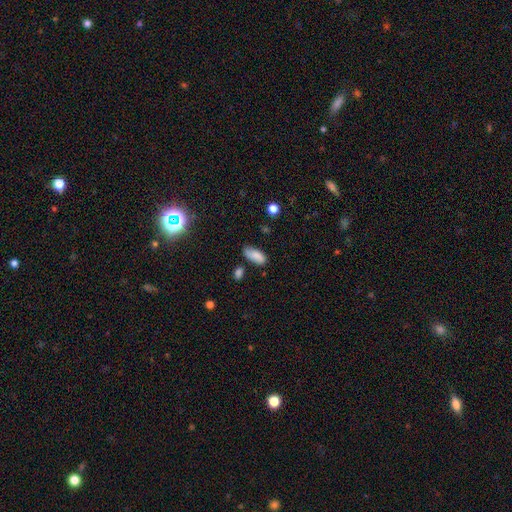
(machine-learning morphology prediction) Overall: smooth (80%). How rounded: in between (86%). Merging: none (63%; minor disturbance 26%).